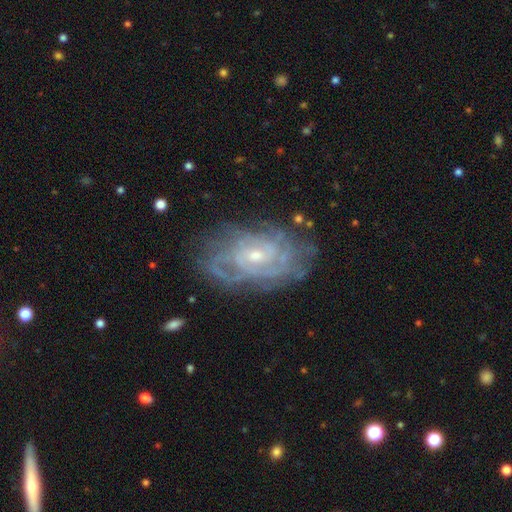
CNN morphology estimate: smooth_or_featured: featured or disk (p=0.87) [alt: smooth p=0.07]
disk_edge_on: no (p=0.96) [alt: yes p=0.04]
bar: no (p=0.61) [alt: weak p=0.32]
has_spiral_arms: yes (p=0.95) [alt: no p=0.05]
spiral_winding: tight (p=0.71) [alt: medium p=0.23]
spiral_arm_count: can't tell (p=0.39) [alt: 3 p=0.16]
bulge_size: small (p=0.62) [alt: moderate p=0.35]
merging: none (p=0.72) [alt: minor disturbance p=0.19]